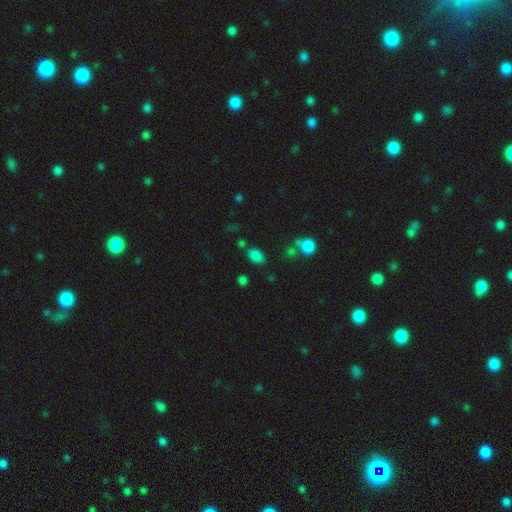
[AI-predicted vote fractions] This appears to be a smooth galaxy with no disk features (81%) that is in between round and cigar-shaped (86%). Merging: none (73%).